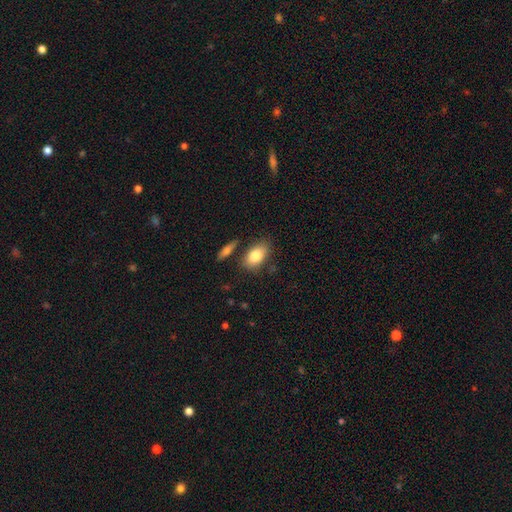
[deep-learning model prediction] The model was most divided on "merging": none: 76%, minor disturbance: 13%, merger: 8%, major disturbance: 3%. More confident: how rounded — in between (88%); smooth or featured — smooth (81%).